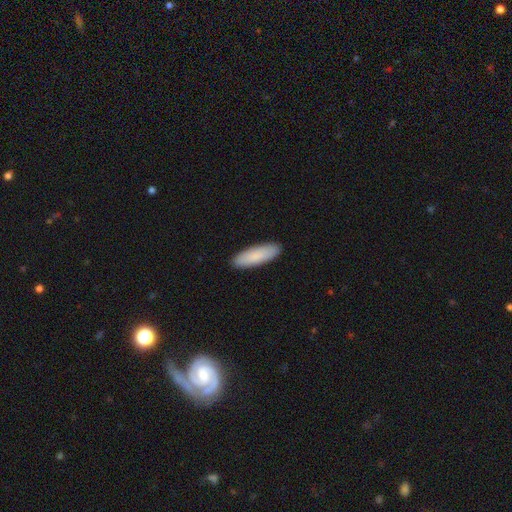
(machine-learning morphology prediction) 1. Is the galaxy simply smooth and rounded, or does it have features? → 87% smooth, 8% featured or disk, 5% star or artifact.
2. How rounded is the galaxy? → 52% cigar-shaped, 46% in between, 1% round.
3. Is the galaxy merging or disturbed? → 91% none, 7% minor disturbance, 1% major disturbance, 1% merger.